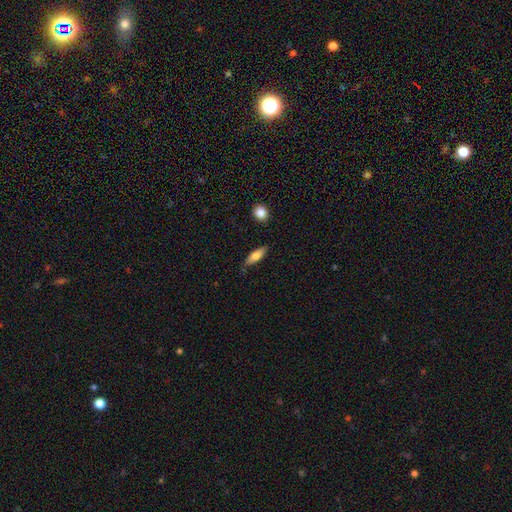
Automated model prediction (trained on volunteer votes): Smooth or featured: smooth — 73% (featured or disk — 21%)
How rounded: in between — 54% (cigar-shaped — 44%)
Merging: none — 81% (minor disturbance — 14%)